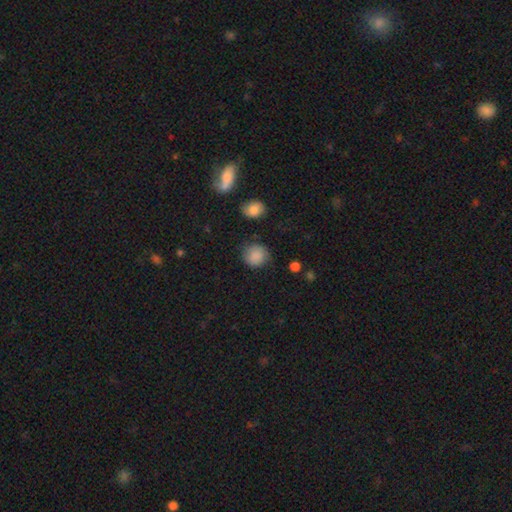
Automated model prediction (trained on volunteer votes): smooth-or-featured: smooth: 86% | star or artifact: 9% | featured or disk: 5%
  how-rounded: round: 87% | in between: 12% | cigar-shaped: 1%
  merging: none: 78% | minor disturbance: 16% | major disturbance: 5% | merger: 2%